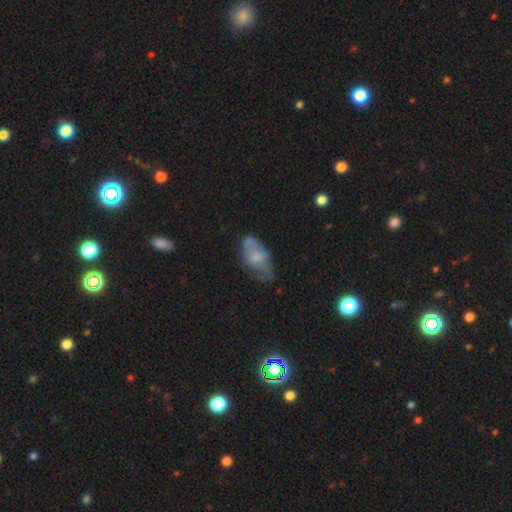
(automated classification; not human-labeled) smooth_or_featured: smooth (p=0.50) [alt: featured or disk p=0.41]
merging: none (p=0.41) [alt: minor disturbance p=0.33]